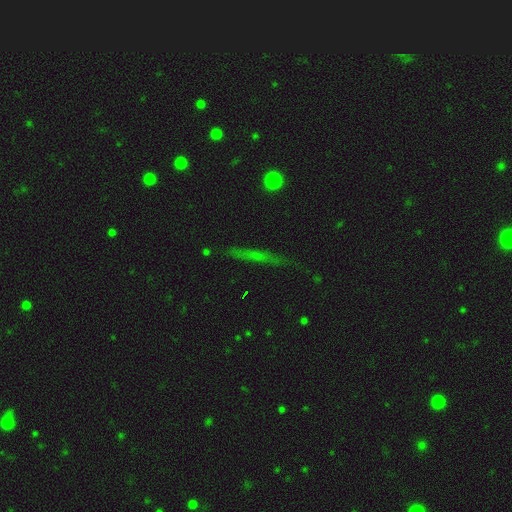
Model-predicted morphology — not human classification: A featured or disk galaxy (43%). Merging: none (83%).